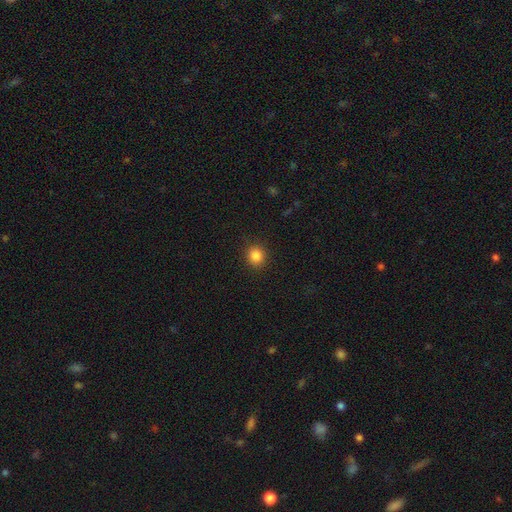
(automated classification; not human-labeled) Smooth or featured? smooth (85%)
How rounded? round (88%)
Merging? none (90%)